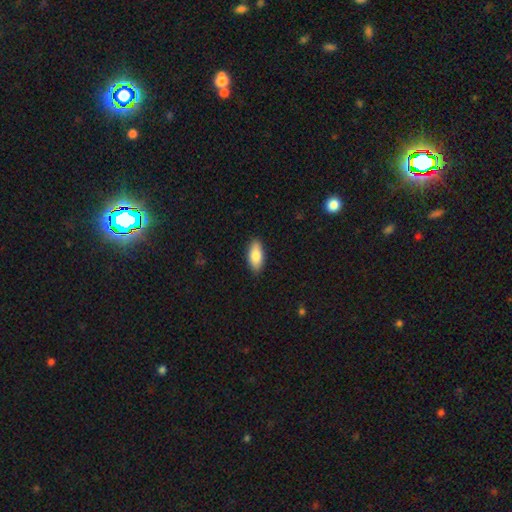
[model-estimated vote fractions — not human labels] Q: Smooth or featured?
A: smooth (84%); runner-up: featured or disk (10%)
Q: How rounded?
A: in between (87%); runner-up: cigar-shaped (10%)
Q: Merging?
A: none (88%); runner-up: minor disturbance (9%)